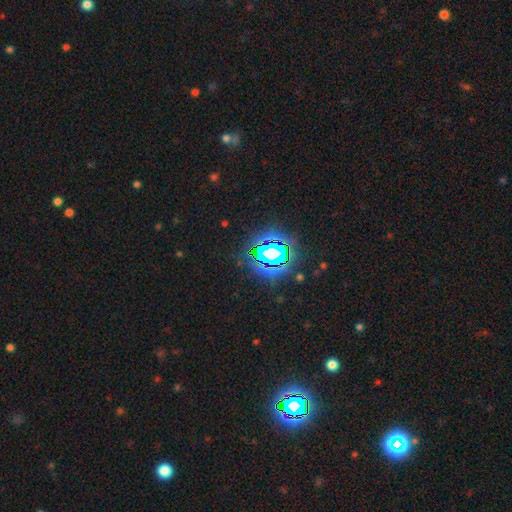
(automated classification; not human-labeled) The model was most divided on "smooth or featured": star or artifact: 83%, smooth: 11%, featured or disk: 6%.